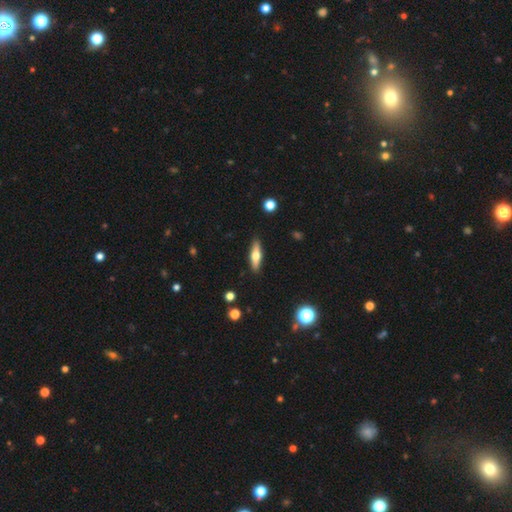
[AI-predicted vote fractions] A smooth galaxy with no disk features (50%) that is cigar-shaped (64%). Merging: none (89%).